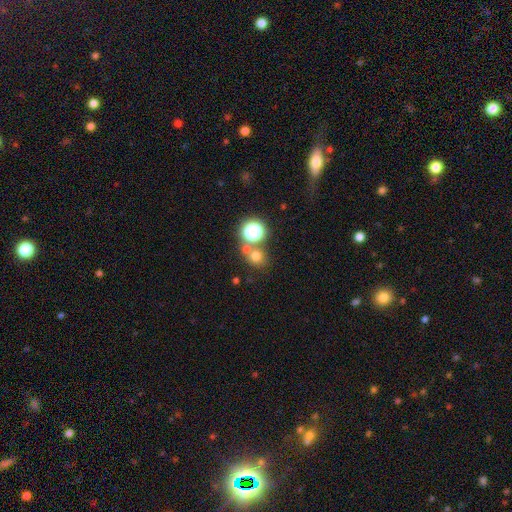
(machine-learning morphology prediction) Q: Smooth or featured?
A: smooth (65%); runner-up: star or artifact (25%)
Q: How rounded?
A: round (86%); runner-up: in between (13%)
Q: Merging?
A: none (65%); runner-up: merger (24%)